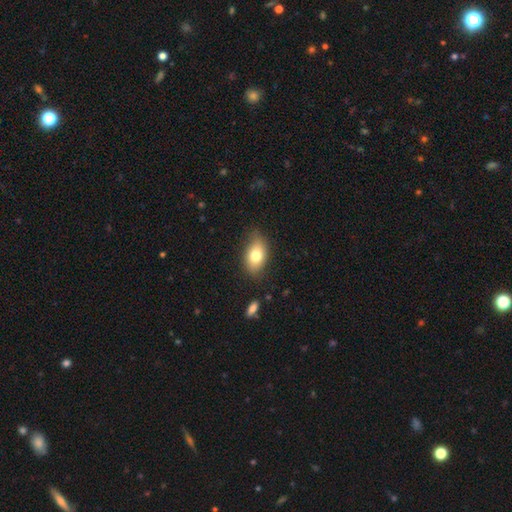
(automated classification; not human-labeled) smooth_or_featured: smooth (p=0.77) [alt: featured or disk p=0.15]
how_rounded: in between (p=0.87) [alt: round p=0.11]
merging: none (p=0.76) [alt: minor disturbance p=0.18]